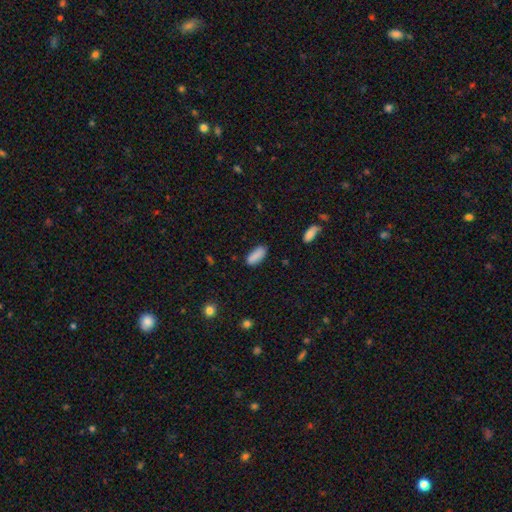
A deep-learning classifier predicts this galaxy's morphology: Smooth or featured? smooth (86%)
How rounded? in between (79%)
Merging? none (79%)